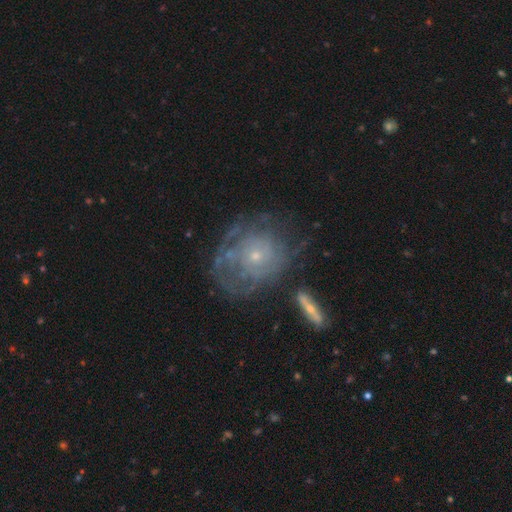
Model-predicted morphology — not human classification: type=featured or disk (71%); edge-on=no (96%); bar=no (85%); spiral arms=yes (67%); bulge=small (79%); merging=none (54%).